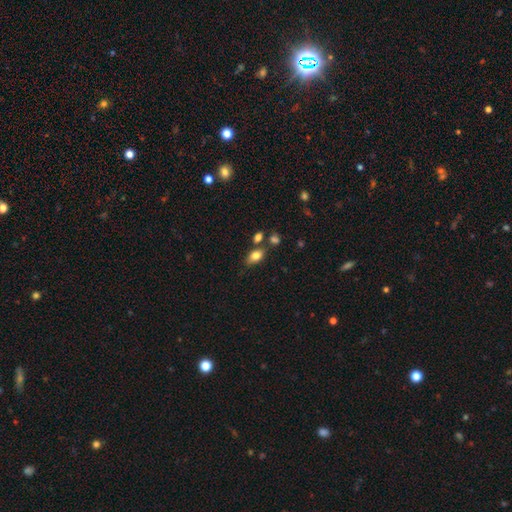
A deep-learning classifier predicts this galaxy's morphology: The model was most divided on "merging": none: 67%, minor disturbance: 16%, merger: 13%, major disturbance: 4%. More confident: how rounded — in between (86%); smooth or featured — smooth (79%).